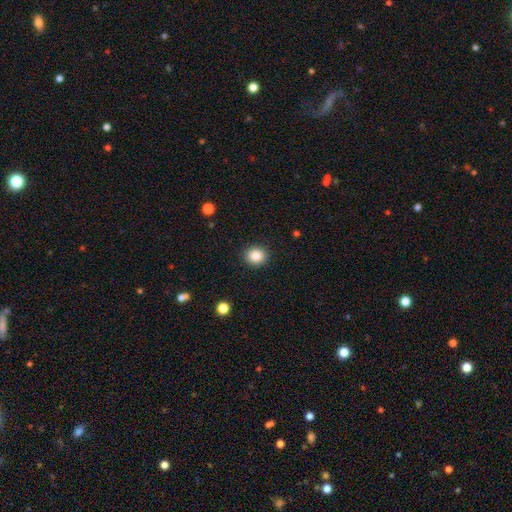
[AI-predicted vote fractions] smooth 86%, star or artifact 10%, featured or disk 4%. Down the decision tree: how rounded — round (83%); merging — none (91%).